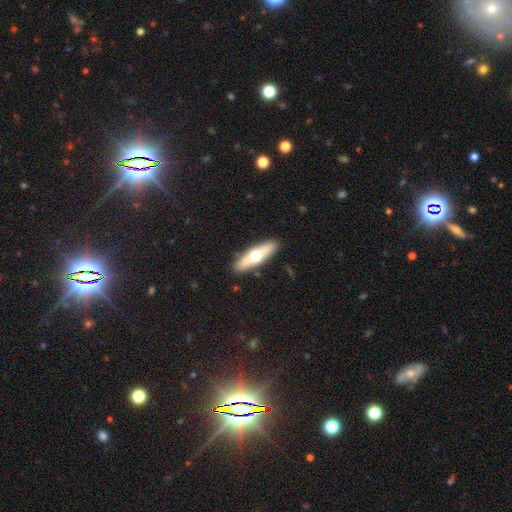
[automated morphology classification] smooth-or-featured: smooth: 52% | featured or disk: 42% | star or artifact: 5%
  how-rounded: cigar-shaped: 53% | in between: 45% | round: 3%
  merging: none: 89% | minor disturbance: 8% | major disturbance: 2% | merger: 2%